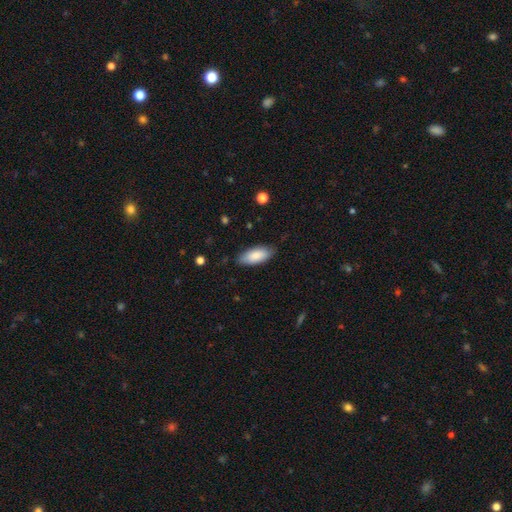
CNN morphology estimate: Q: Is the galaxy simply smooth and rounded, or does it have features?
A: smooth — 85%.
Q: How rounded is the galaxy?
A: in between — 85%.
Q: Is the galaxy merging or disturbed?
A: none — 81%.